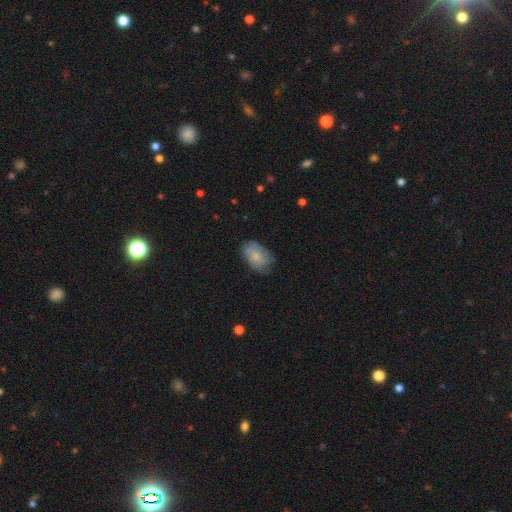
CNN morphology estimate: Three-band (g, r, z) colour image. It shows a smooth galaxy with no disk features (55%) that is in between round and cigar-shaped (88%). Merging: none (67%).